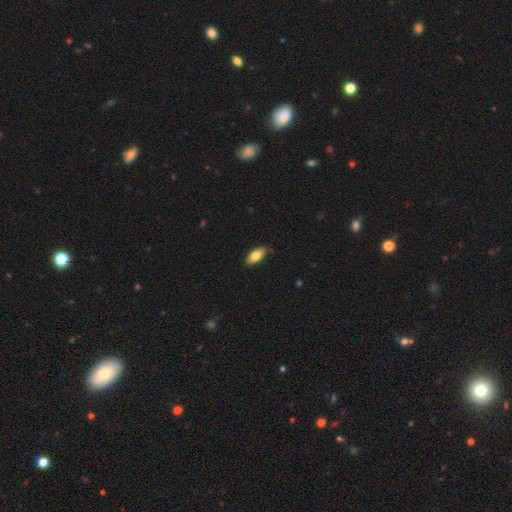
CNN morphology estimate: Smooth or featured? smooth (75%)
How rounded? in between (86%)
Merging? none (80%)